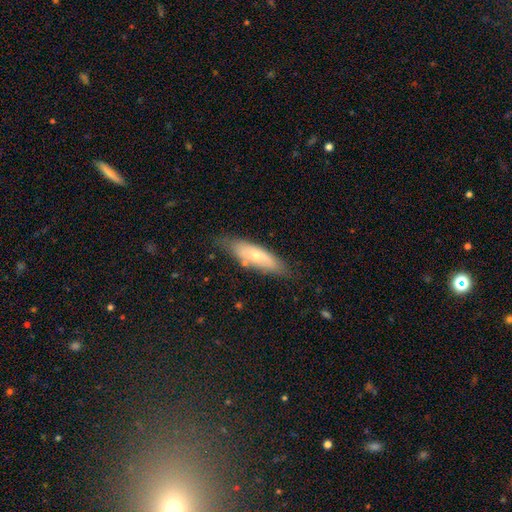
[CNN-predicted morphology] A smooth galaxy with no disk features (63%) that is cigar-shaped (52%).

Vote fractions:
- Smooth or featured? smooth: 63% / featured or disk: 31% / star or artifact: 6%
- How rounded? cigar-shaped: 52% / in between: 46% / round: 2%
- Merging? none: 70% / minor disturbance: 22% / major disturbance: 5% / merger: 4%